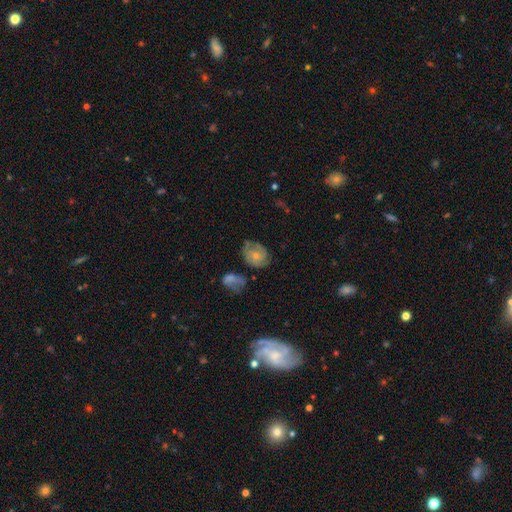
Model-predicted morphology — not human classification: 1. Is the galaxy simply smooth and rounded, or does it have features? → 57% featured or disk, 35% smooth, 7% star or artifact.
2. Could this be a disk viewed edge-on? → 97% no, 3% yes.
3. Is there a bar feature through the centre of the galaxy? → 78% no, 19% weak, 3% strong.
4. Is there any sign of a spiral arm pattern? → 80% yes, 20% no.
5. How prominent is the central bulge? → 62% small, 31% moderate, 4% none, 2% large, 1% dominant.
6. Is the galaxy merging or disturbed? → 51% none, 27% minor disturbance, 14% major disturbance, 8% merger.